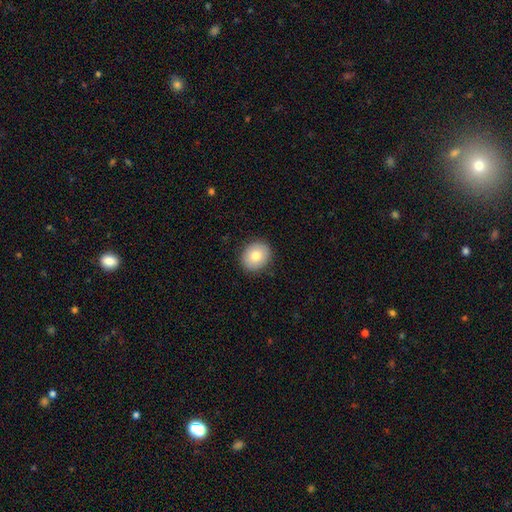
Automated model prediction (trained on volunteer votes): Overall: smooth (78%). How rounded: round (71%). Merging: none (89%).